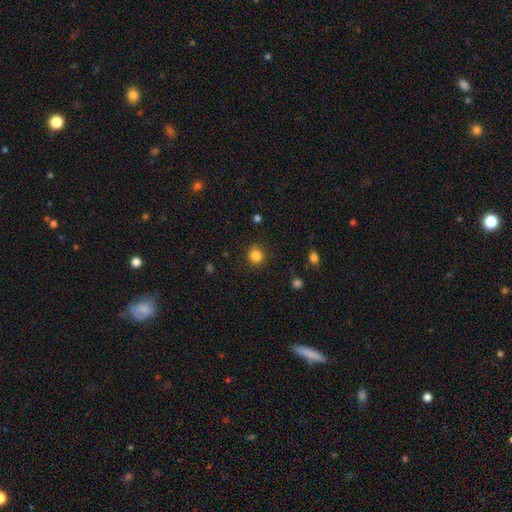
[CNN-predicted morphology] Overall: smooth (84%). How rounded: round (89%). Merging: none (86%).